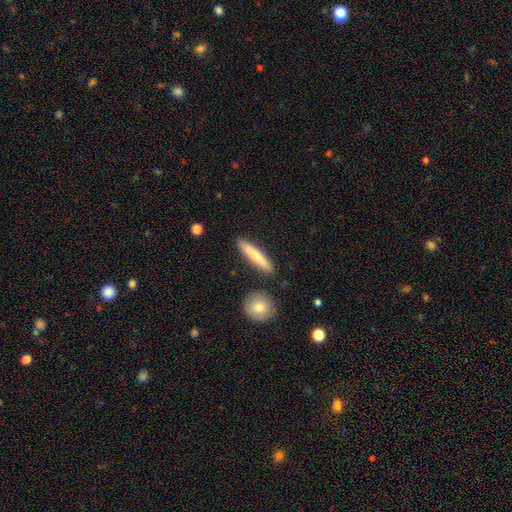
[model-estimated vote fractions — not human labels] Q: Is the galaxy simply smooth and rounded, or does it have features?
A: smooth — 68%.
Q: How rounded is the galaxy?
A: cigar-shaped — 87%.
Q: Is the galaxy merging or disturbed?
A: none — 87%.